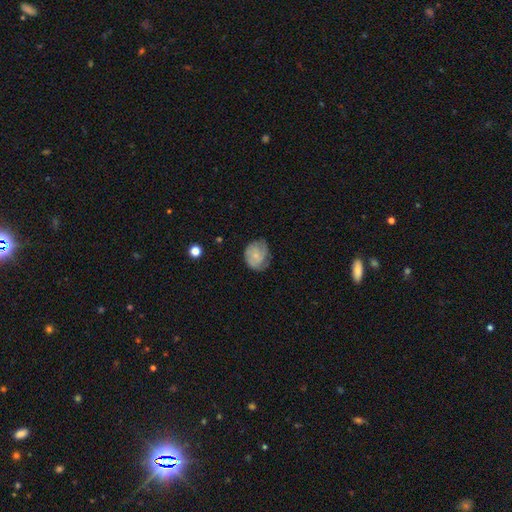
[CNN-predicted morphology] type=smooth (48%); merging=none (53%).